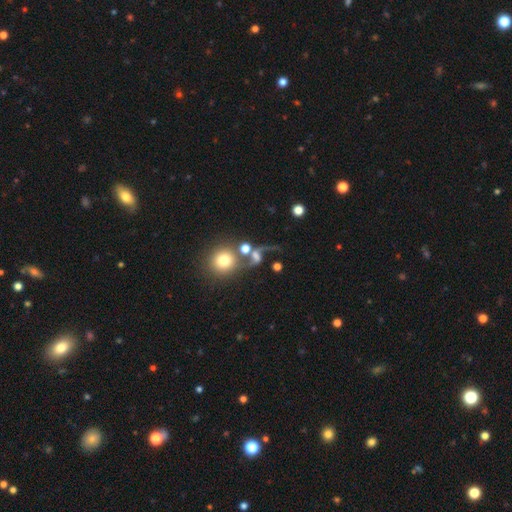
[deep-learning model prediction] Smooth or featured?
  - featured or disk: 58% *
  - smooth: 25%
  - star or artifact: 16%
Edge-on disk?
  - no: 94% *
  - yes: 6%
Bar?
  - no: 54% *
  - weak: 30%
  - strong: 16%
Spiral arms?
  - yes: 82% *
  - no: 18%
Bulge size?
  - moderate: 39% *
  - small: 22%
  - large: 18%
  - none: 14%
  - dominant: 7%
Merging?
  - none: 42% *
  - merger: 26%
  - major disturbance: 19%
  - minor disturbance: 13%